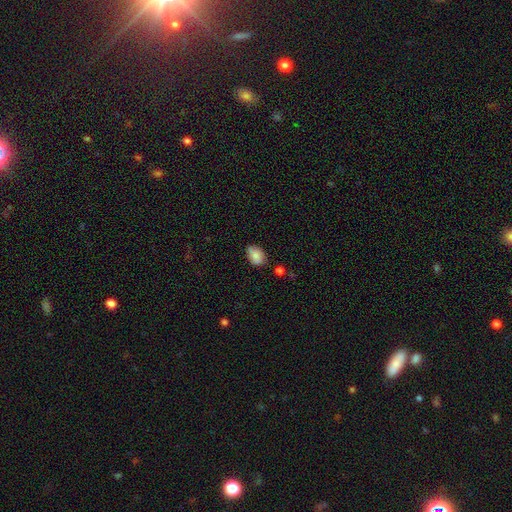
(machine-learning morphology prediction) A smooth galaxy with no disk features (83%) that is in between round and cigar-shaped (83%). Merging: none (72%).